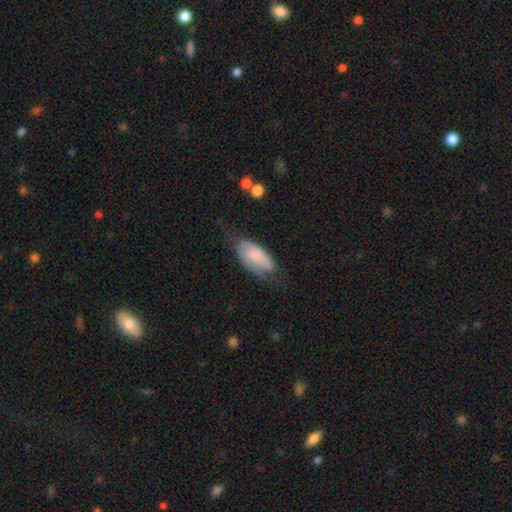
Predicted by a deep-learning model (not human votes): A smooth galaxy with no disk features (67%) that is in between round and cigar-shaped (91%). Merging: none (44%).